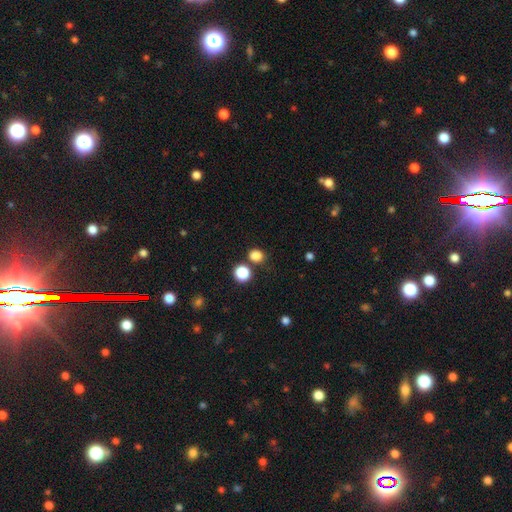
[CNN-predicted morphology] Smooth or featured?
  - smooth: 81% *
  - star or artifact: 15%
  - featured or disk: 4%
How rounded?
  - round: 72% *
  - in between: 27%
  - cigar-shaped: 1%
Merging?
  - none: 75% *
  - minor disturbance: 11%
  - merger: 10%
  - major disturbance: 4%